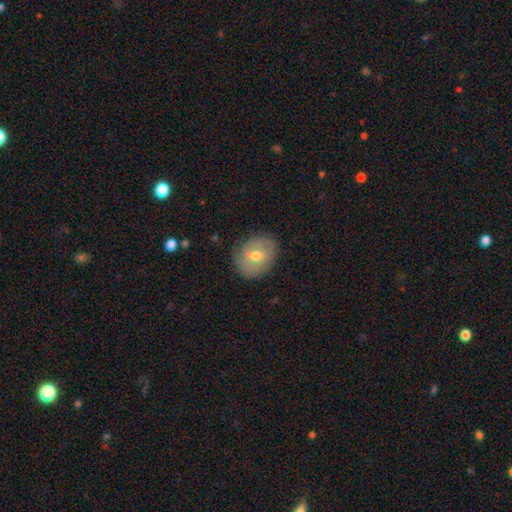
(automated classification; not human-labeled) Overall: smooth (50%; featured or disk 42%). How rounded: round (52%; in between 47%). Merging: none (79%).